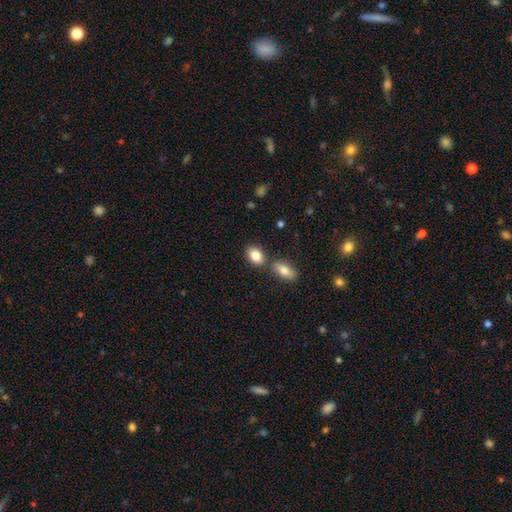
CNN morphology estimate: A smooth galaxy with no disk features (85%) that is in between round and cigar-shaped (84%).

Vote fractions:
- Smooth or featured? smooth: 85% / star or artifact: 8% / featured or disk: 7%
- How rounded? in between: 84% / round: 15% / cigar-shaped: 2%
- Merging? none: 64% / merger: 23% / minor disturbance: 10% / major disturbance: 3%